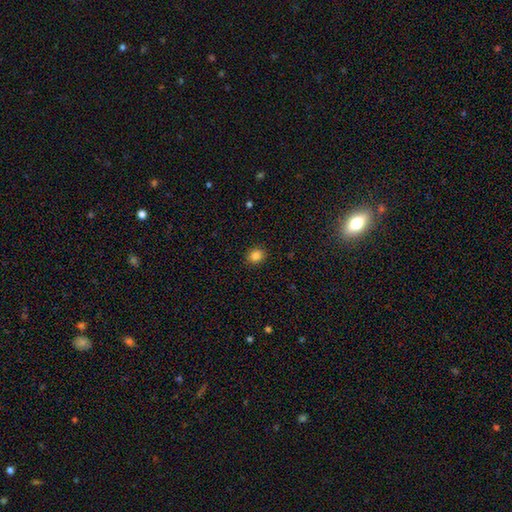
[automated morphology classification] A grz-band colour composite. It shows a smooth galaxy with no disk features (85%) that is round (66%). Merging: none (90%).